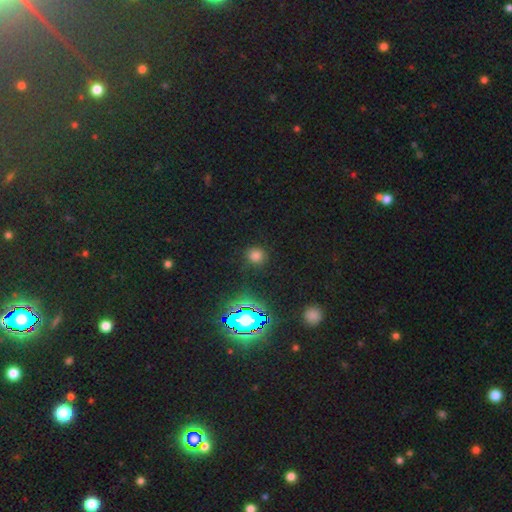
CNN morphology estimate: This appears to be a smooth galaxy with no disk features (69%) that is round (88%). Merging: none (87%).